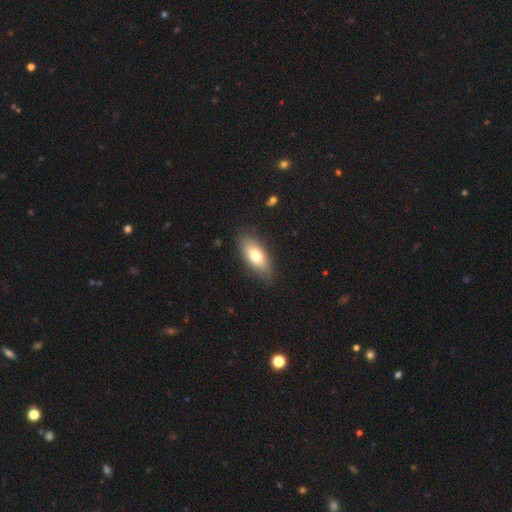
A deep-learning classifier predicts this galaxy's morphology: A smooth galaxy with no disk features (73%) that is in between round and cigar-shaped (84%). Merging: none (83%).